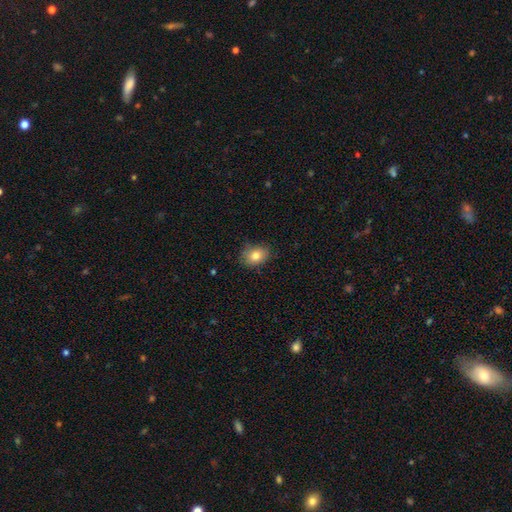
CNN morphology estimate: Smooth or featured? Predicted: smooth (p=0.81). How rounded? Predicted: in between (p=0.65). Merging? Predicted: none (p=0.79).